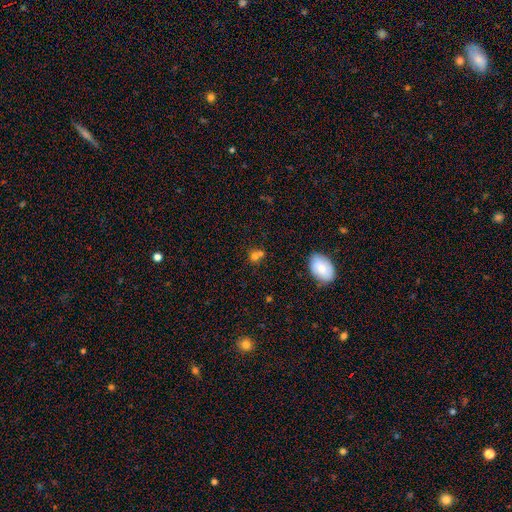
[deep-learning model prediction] Morphology: type=smooth (72%); roundness=round (73%); merging=merger (46%).